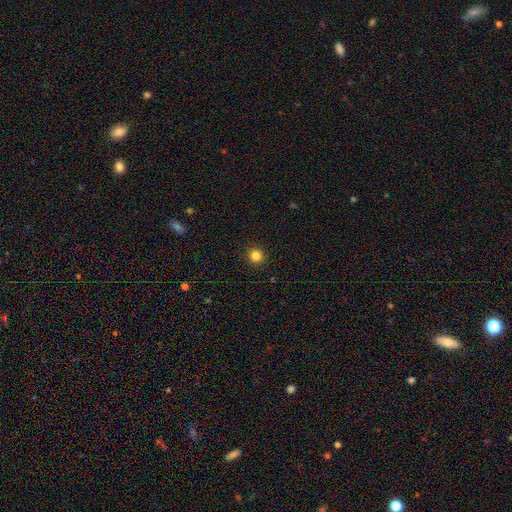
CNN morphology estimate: This is clearly a smooth galaxy (83%). How rounded: clearly round (94%). Merging: clearly none (92%).